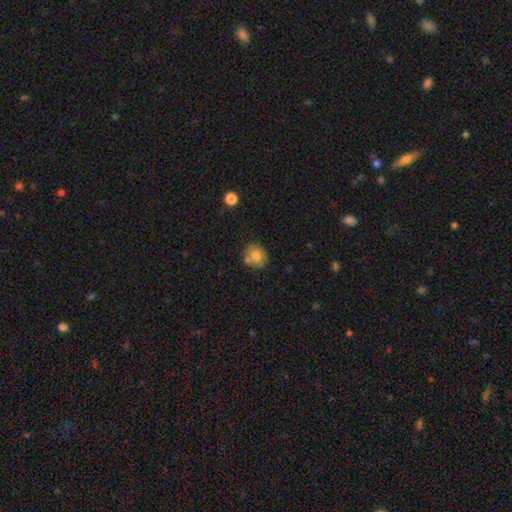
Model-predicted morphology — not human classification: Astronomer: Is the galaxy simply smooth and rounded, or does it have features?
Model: smooth — 75%.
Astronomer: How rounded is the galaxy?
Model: round — 80%.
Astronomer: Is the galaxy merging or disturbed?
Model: none — 70%.